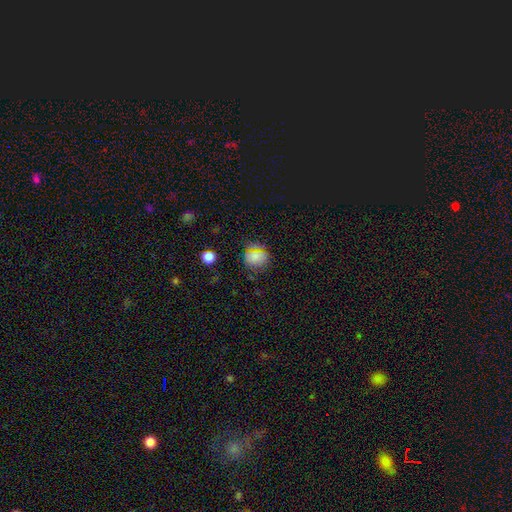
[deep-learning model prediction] Smooth or featured: smooth — 70% (star or artifact — 24%)
How rounded: round — 77% (in between — 21%)
Merging: none — 82% (minor disturbance — 12%)